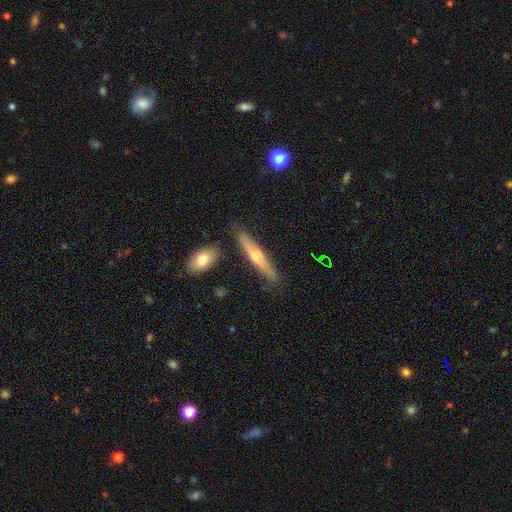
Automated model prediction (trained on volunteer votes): Q: Smooth or featured?
A: featured or disk (53%); runner-up: smooth (41%)
Q: Edge-on disk?
A: yes (91%); runner-up: no (9%)
Q: Merging?
A: none (83%); runner-up: minor disturbance (11%)